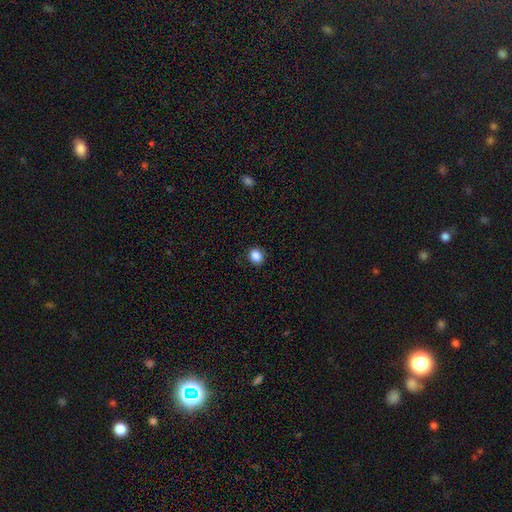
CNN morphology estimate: This appears to be a smooth galaxy with no disk features (86%) that is round (72%). Merging: none (90%).